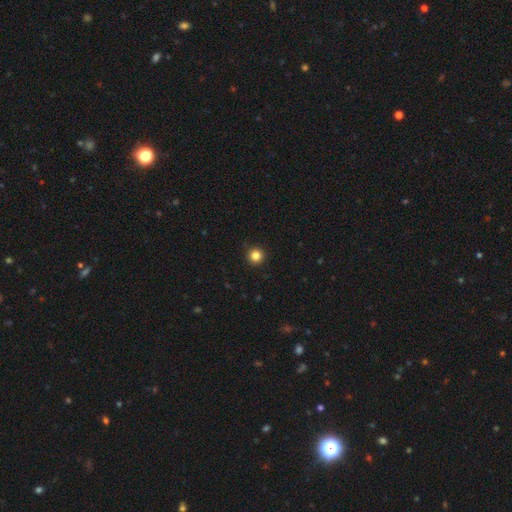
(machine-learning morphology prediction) Smooth or featured? smooth (84%)
How rounded? round (96%)
Merging? none (93%)